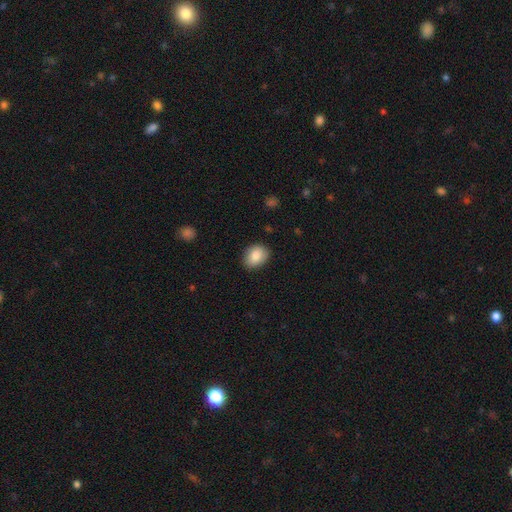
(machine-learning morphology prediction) type=smooth (86%); roundness=in between (63%); merging=none (85%).